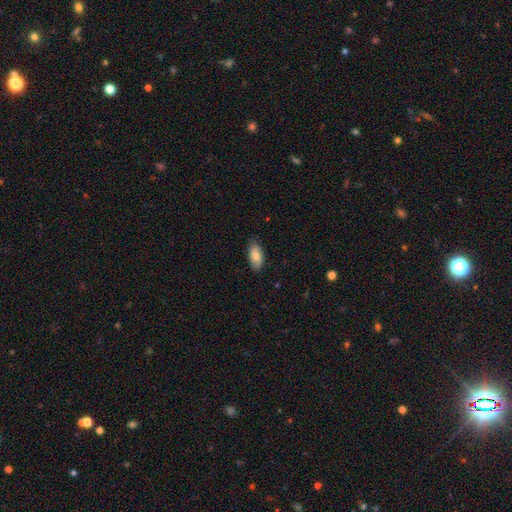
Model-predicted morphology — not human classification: This appears to be a smooth galaxy with no disk features (80%) that is in between round and cigar-shaped (91%). Merging: none (83%).